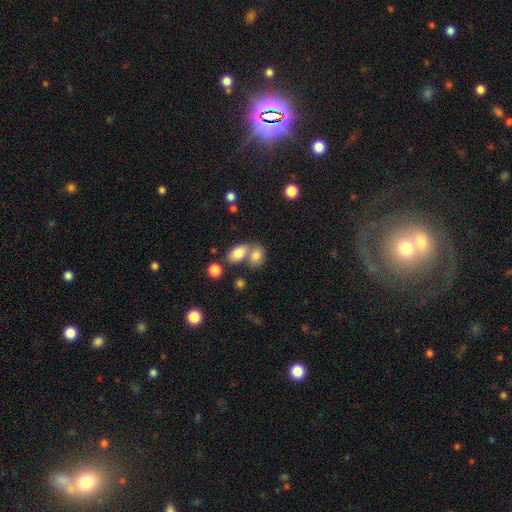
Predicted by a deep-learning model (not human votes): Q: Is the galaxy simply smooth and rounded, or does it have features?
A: smooth — 81%.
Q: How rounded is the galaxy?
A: in between — 81%.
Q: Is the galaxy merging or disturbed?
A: merger — 49%.